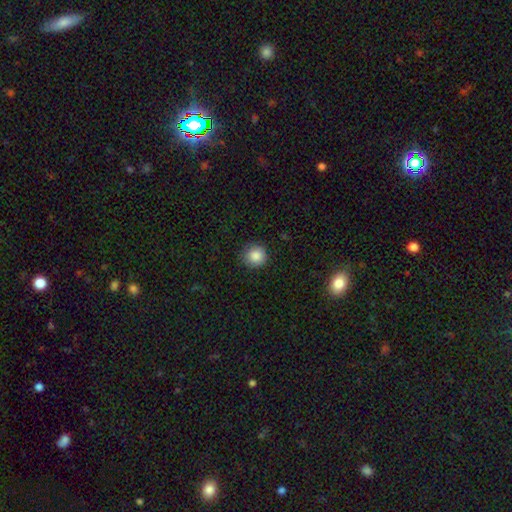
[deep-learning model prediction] Overall: smooth (87%). How rounded: round (93%). Merging: none (87%).